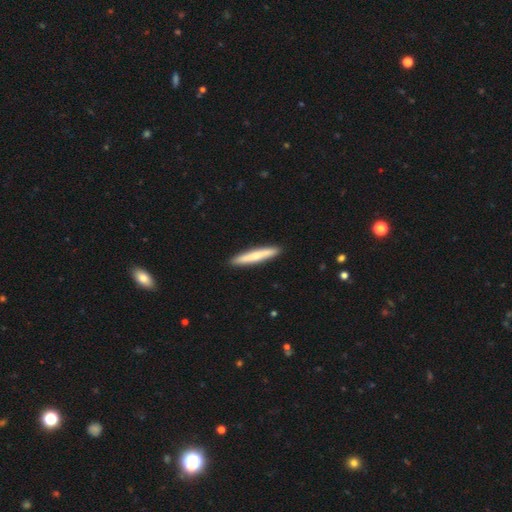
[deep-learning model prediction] Smooth or featured? smooth (66%)
How rounded? cigar-shaped (95%)
Merging? none (92%)